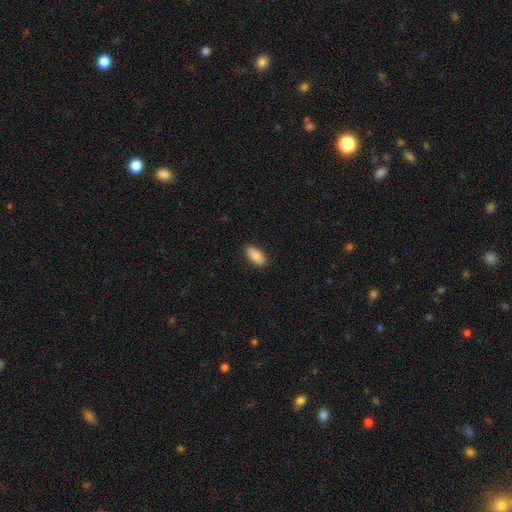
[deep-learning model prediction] Smooth or featured: smooth — 87% (featured or disk — 7%)
How rounded: in between — 90% (cigar-shaped — 7%)
Merging: none — 87% (minor disturbance — 10%)